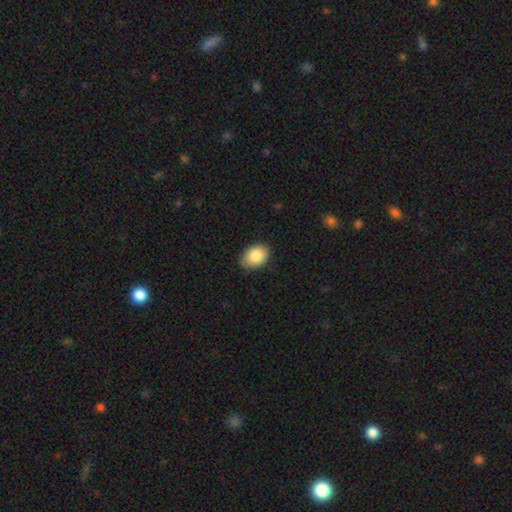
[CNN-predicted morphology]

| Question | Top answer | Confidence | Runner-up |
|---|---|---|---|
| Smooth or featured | smooth | 87% | star or artifact (7%) |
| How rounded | in between | 79% | round (20%) |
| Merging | none | 82% | minor disturbance (15%) |